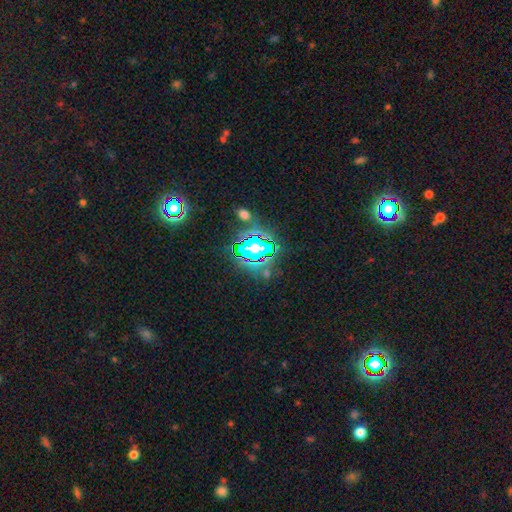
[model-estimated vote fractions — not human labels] smooth_or_featured: star or artifact (p=0.81) [alt: smooth p=0.11]